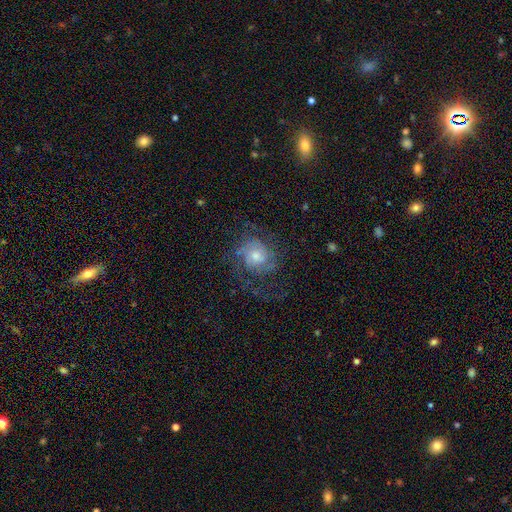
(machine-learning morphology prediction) This is likely a featured or disk galaxy (75%). It is clearly not viewed edge-on (97%). Bar: likely no (74%). Spiral arm pattern: clearly yes (92%). Spiral arm count: marginally 2 (38%). Spiral winding: marginally tight (44%). Central bulge: possibly moderate (53%). Merging: likely none (65%).